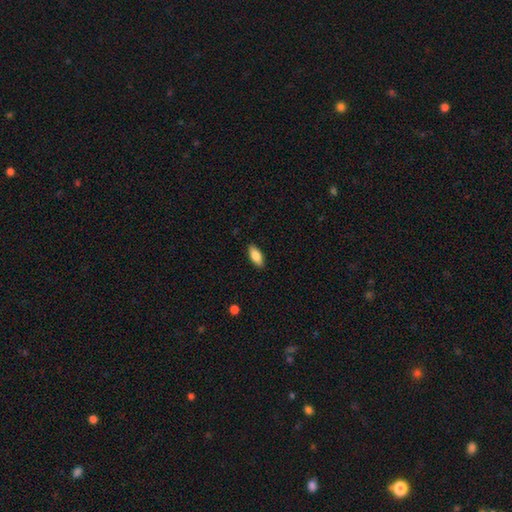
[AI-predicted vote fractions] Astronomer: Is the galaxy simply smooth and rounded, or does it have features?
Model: smooth — 84%.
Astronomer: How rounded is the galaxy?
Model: in between — 83%.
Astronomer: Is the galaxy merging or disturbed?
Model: none — 89%.